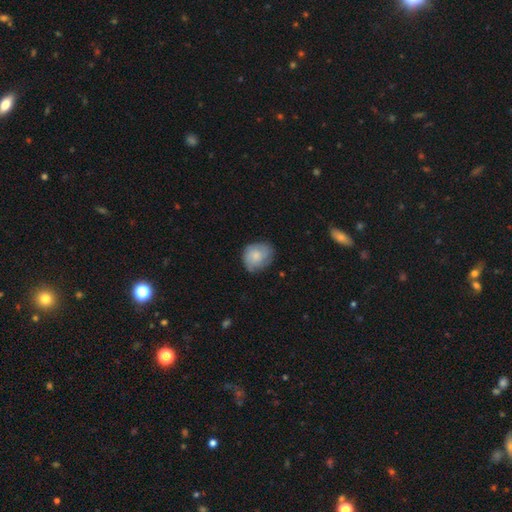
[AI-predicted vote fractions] Smooth or featured?
  - smooth: 69% *
  - featured or disk: 25%
  - star or artifact: 6%
How rounded?
  - round: 59% *
  - in between: 40%
  - cigar-shaped: 1%
Merging?
  - none: 68% *
  - minor disturbance: 25%
  - major disturbance: 5%
  - merger: 1%